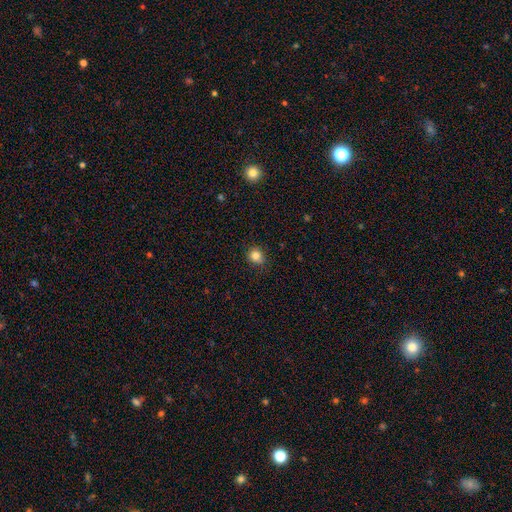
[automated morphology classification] This appears to be a smooth galaxy with no disk features (84%) that is round (81%). Merging: none (87%).